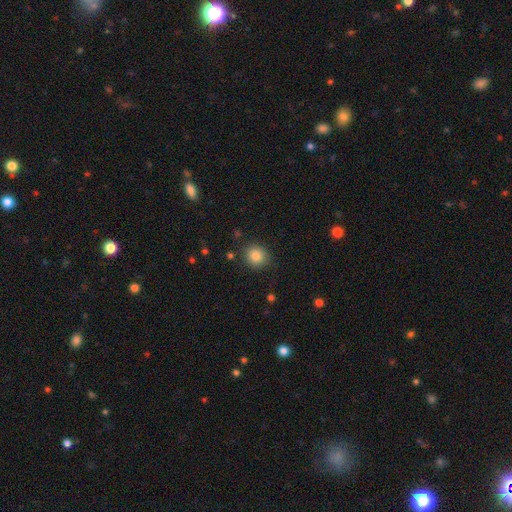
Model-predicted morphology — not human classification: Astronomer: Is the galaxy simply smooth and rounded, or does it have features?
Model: smooth — 85%.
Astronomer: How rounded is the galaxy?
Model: round — 85%.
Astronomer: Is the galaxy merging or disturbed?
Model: none — 86%.